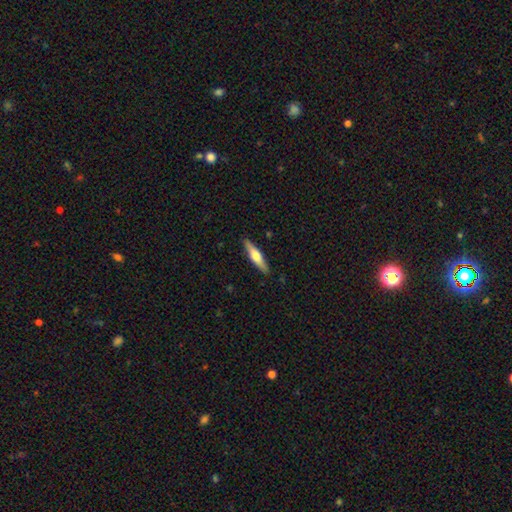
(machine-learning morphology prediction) smooth-or-featured: featured or disk: 49% | smooth: 46% | star or artifact: 5%
  merging: none: 89% | minor disturbance: 8% | major disturbance: 2% | merger: 1%